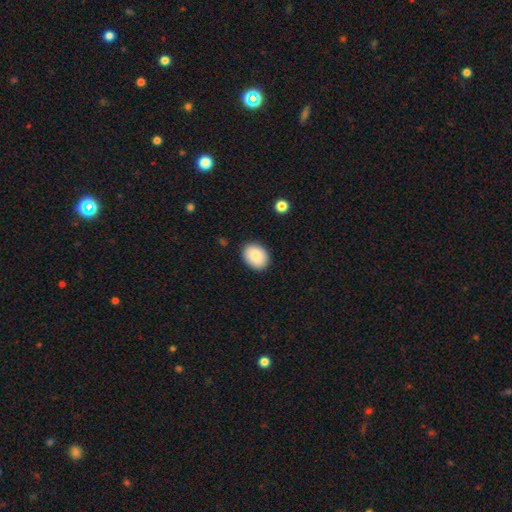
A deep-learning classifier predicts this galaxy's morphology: A smooth galaxy with no disk features (87%) that is in between round and cigar-shaped (65%).

Vote fractions:
- Smooth or featured? smooth: 87% / star or artifact: 7% / featured or disk: 6%
- How rounded? in between: 65% / round: 34% / cigar-shaped: 1%
- Merging? none: 88% / minor disturbance: 9% / major disturbance: 2% / merger: 1%